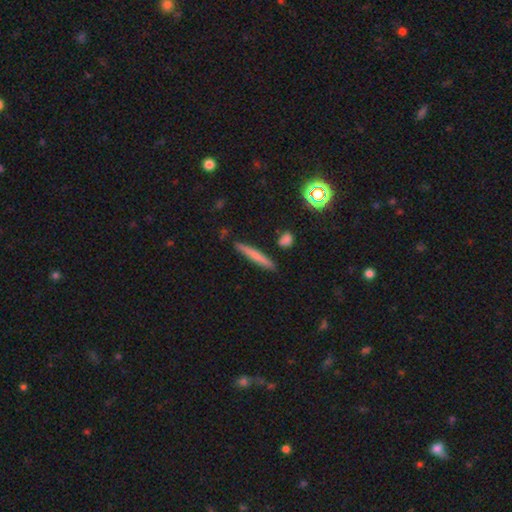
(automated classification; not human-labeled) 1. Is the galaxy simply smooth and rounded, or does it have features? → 64% smooth, 28% featured or disk, 8% star or artifact.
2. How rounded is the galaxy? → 94% cigar-shaped, 4% in between, 2% round.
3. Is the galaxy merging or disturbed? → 85% none, 10% minor disturbance, 3% merger, 2% major disturbance.